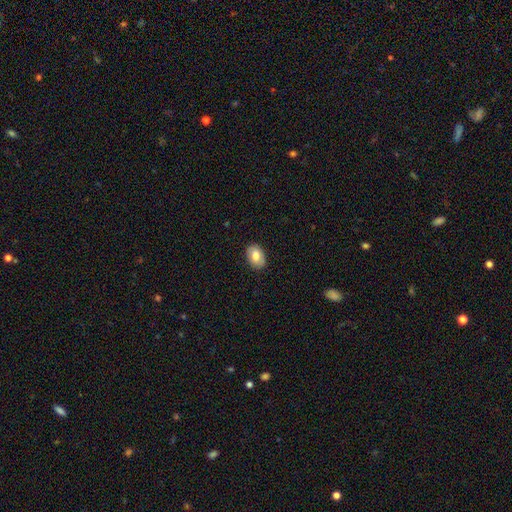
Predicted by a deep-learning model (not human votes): The model was most divided on "smooth or featured": smooth: 79%, featured or disk: 15%, star or artifact: 7%. More confident: merging — none (87%); how rounded — in between (84%).